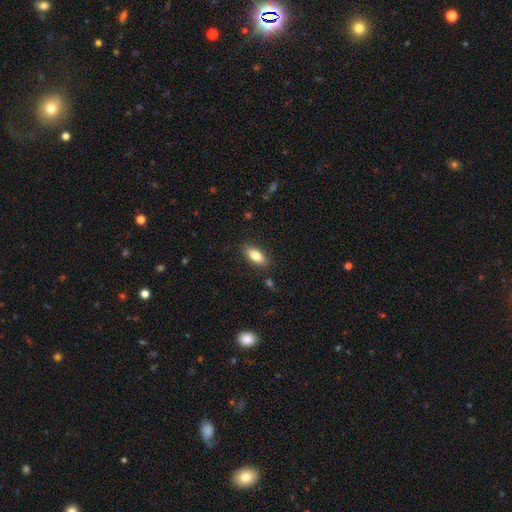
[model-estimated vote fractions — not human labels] smooth 79%, featured or disk 13%, star or artifact 7%. Down the decision tree: how rounded — in between (82%); merging — none (86%).